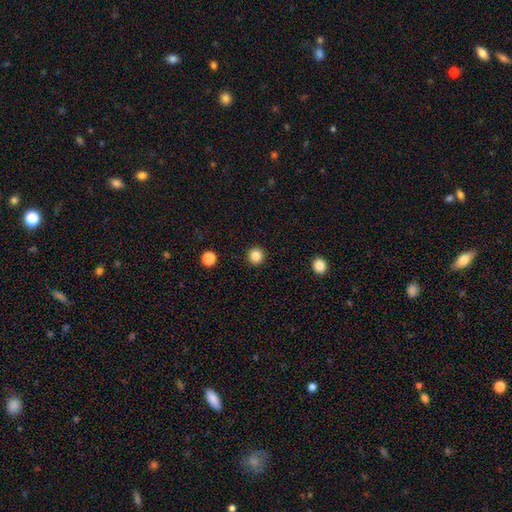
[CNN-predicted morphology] smooth-or-featured: smooth: 85% | star or artifact: 11% | featured or disk: 4%
  how-rounded: round: 95% | in between: 4% | cigar-shaped: 1%
  merging: none: 93% | minor disturbance: 5% | major disturbance: 2% | merger: 1%